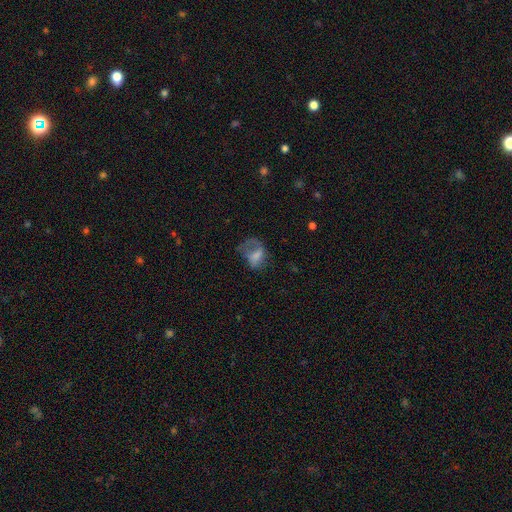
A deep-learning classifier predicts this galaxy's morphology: This is possibly a smooth galaxy (54%). How rounded: likely in between (74%). Merging: possibly major disturbance (51%).